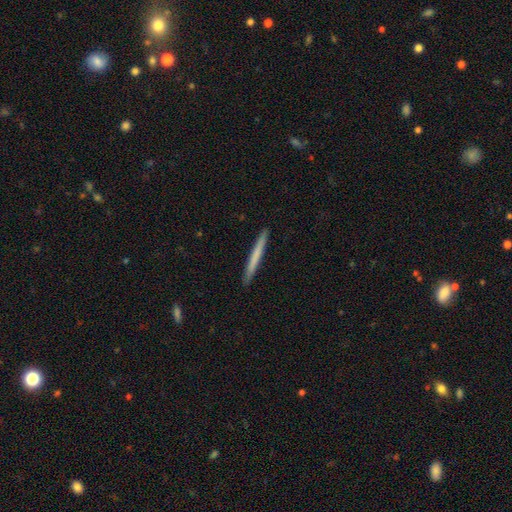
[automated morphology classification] smooth-or-featured: smooth: 63% | featured or disk: 31% | star or artifact: 5%
  how-rounded: cigar-shaped: 97% | in between: 2% | round: 1%
  merging: none: 92% | minor disturbance: 6% | major disturbance: 1% | merger: 1%